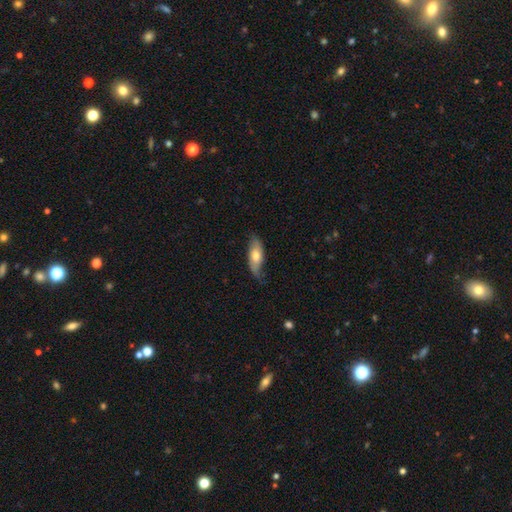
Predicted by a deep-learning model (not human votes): Overall: smooth (55%; featured or disk 39%). How rounded: in between (72%). Merging: none (67%).